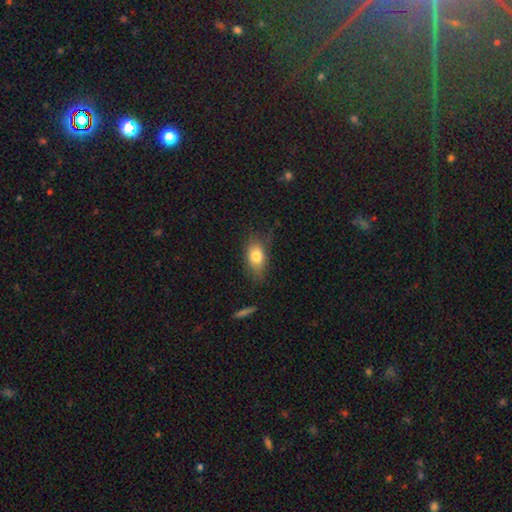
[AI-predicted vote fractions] smooth-or-featured: smooth: 77% | featured or disk: 13% | star or artifact: 9%
  how-rounded: in between: 80% | round: 15% | cigar-shaped: 5%
  merging: none: 64% | minor disturbance: 25% | major disturbance: 9% | merger: 2%